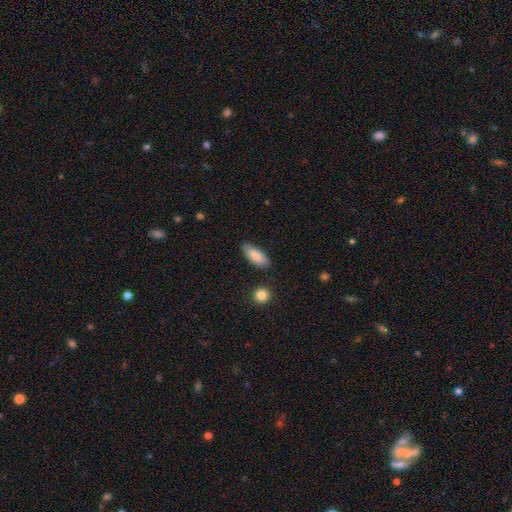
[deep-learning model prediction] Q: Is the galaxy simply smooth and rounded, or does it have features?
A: smooth — 82%.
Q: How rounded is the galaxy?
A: in between — 83%.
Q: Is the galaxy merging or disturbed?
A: none — 82%.